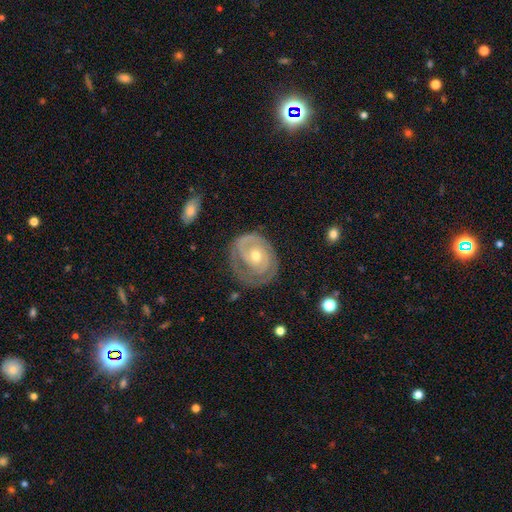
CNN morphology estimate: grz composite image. It shows a featured or disk galaxy (82%) with no bar (76%), 2 (42%) tight (71%) spiral arms (88%) and a moderate central bulge (50%). Merging: none (65%).